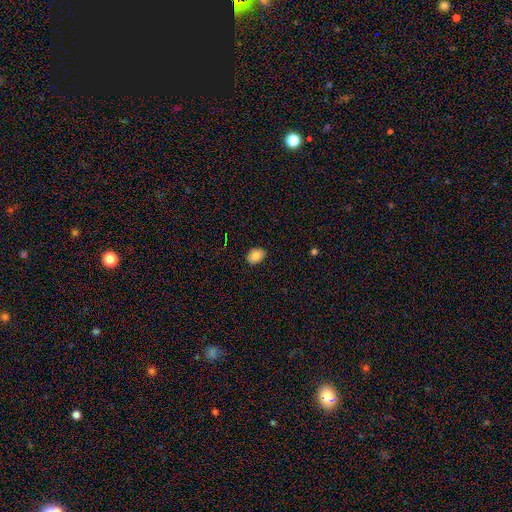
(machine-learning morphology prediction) smooth 83%, featured or disk 9%, star or artifact 8%. Down the decision tree: how rounded — in between (77%); merging — none (87%).